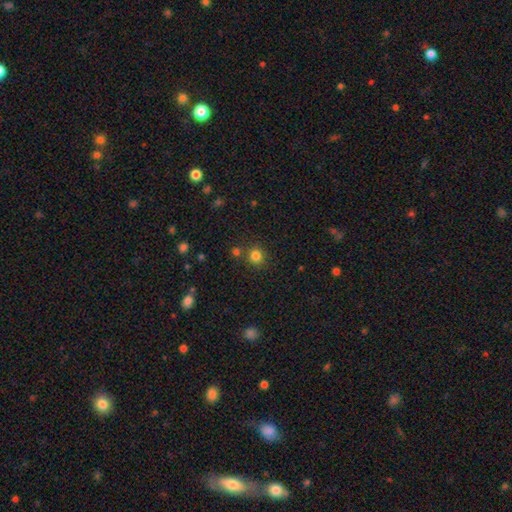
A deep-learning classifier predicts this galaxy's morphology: Smooth or featured? smooth (80%)
How rounded? round (91%)
Merging? none (78%)